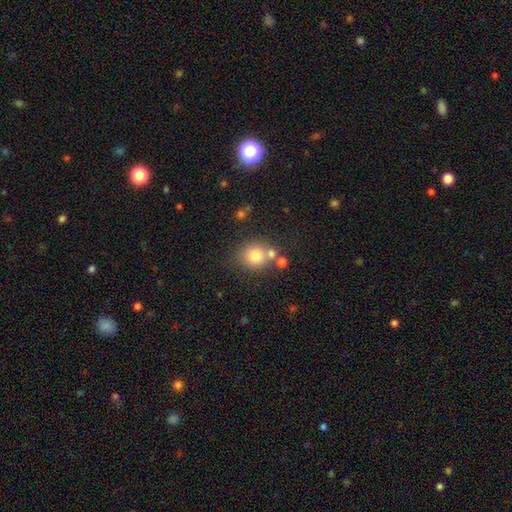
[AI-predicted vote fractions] Overall: smooth (78%). How rounded: round (83%). Merging: none (63%).